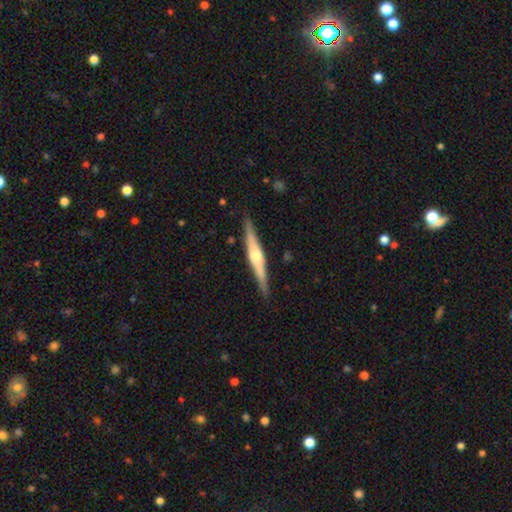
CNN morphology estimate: A featured or disk galaxy (74%) viewed edge-on (98%) with a rounded central bulge (84%). Merging: none (89%).